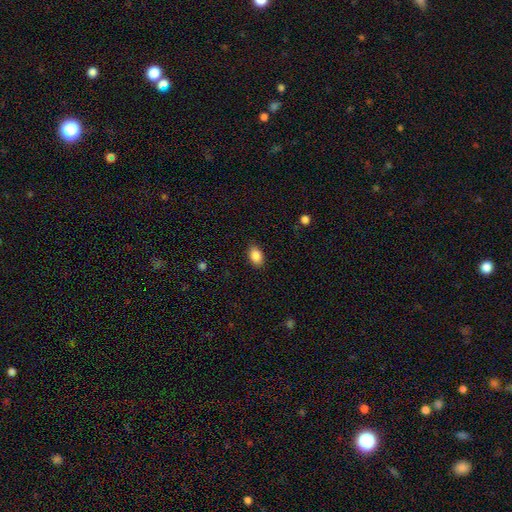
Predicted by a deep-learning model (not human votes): smooth 88%, star or artifact 8%, featured or disk 4%. Down the decision tree: how rounded — in between (87%); merging — none (87%).